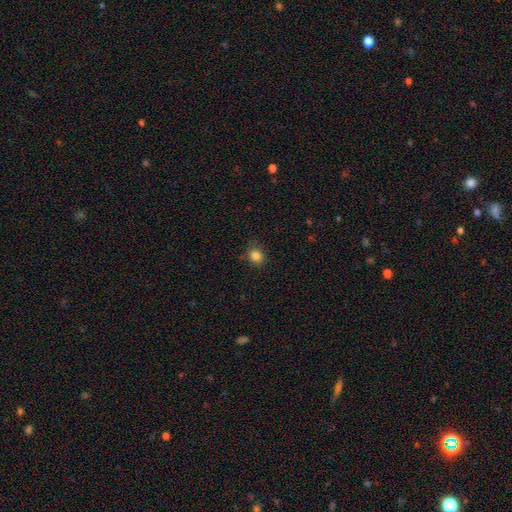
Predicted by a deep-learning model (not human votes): A smooth galaxy with no disk features (83%) that is round (77%).

Vote fractions:
- Smooth or featured? smooth: 83% / star or artifact: 12% / featured or disk: 5%
- How rounded? round: 77% / in between: 22% / cigar-shaped: 1%
- Merging? none: 81% / minor disturbance: 14% / major disturbance: 3% / merger: 1%